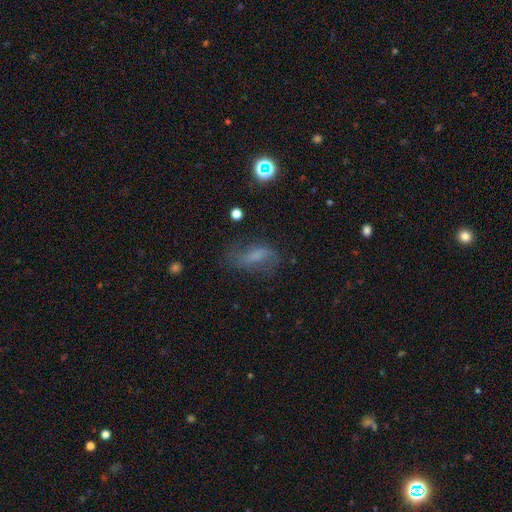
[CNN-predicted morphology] Smooth or featured? Predicted: smooth (p=0.47). Merging? Predicted: none (p=0.57).